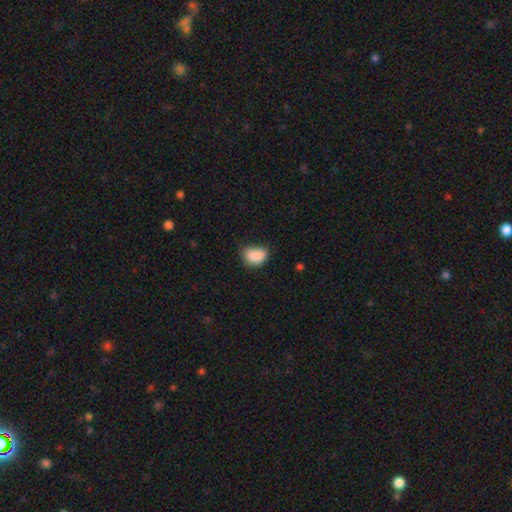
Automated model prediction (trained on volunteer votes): A smooth galaxy with no disk features (87%) that is in between round and cigar-shaped (74%).

Vote fractions:
- Smooth or featured? smooth: 87% / star or artifact: 9% / featured or disk: 5%
- How rounded? in between: 74% / round: 24% / cigar-shaped: 1%
- Merging? none: 57% / minor disturbance: 34% / major disturbance: 7% / merger: 2%